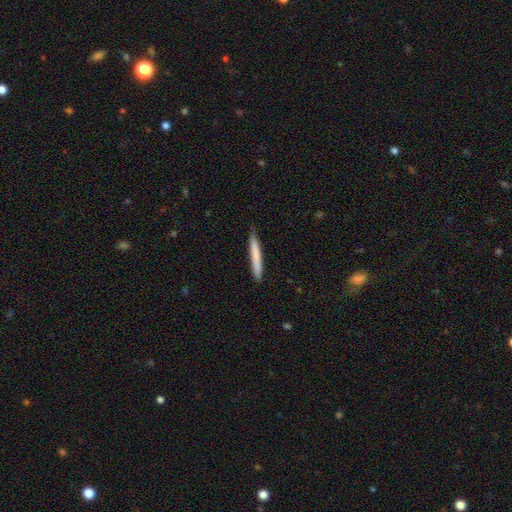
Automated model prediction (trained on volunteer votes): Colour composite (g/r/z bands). It shows a smooth galaxy with no disk features (74%) that is cigar-shaped (96%). Merging: none (86%).